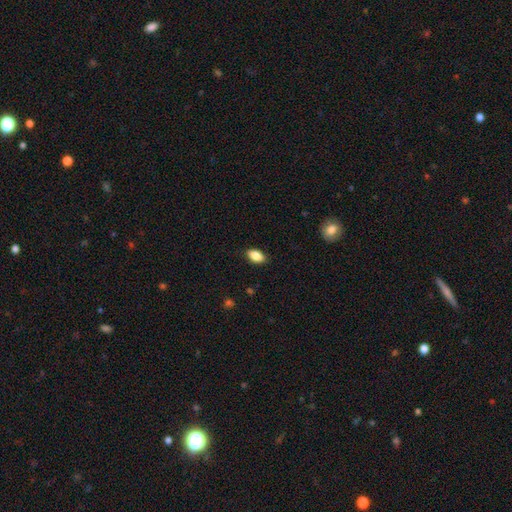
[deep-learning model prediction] smooth_or_featured: smooth (p=0.86) [alt: star or artifact p=0.07]
how_rounded: in between (p=0.91) [alt: round p=0.05]
merging: none (p=0.87) [alt: minor disturbance p=0.10]